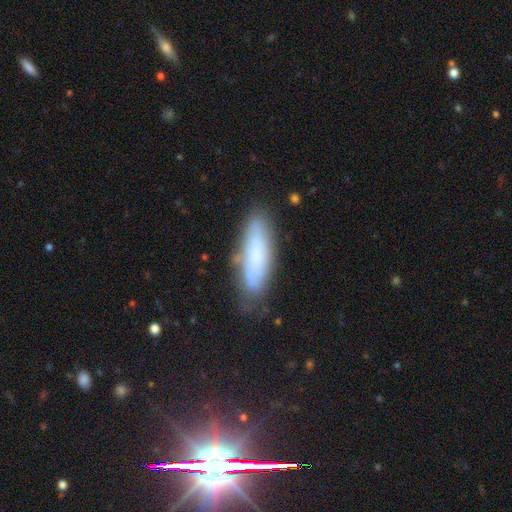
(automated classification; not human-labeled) Smooth or featured?
  - smooth: 66% *
  - featured or disk: 25%
  - star or artifact: 9%
How rounded?
  - in between: 54% *
  - cigar-shaped: 44%
  - round: 2%
Merging?
  - none: 72% *
  - minor disturbance: 20%
  - major disturbance: 5%
  - merger: 3%